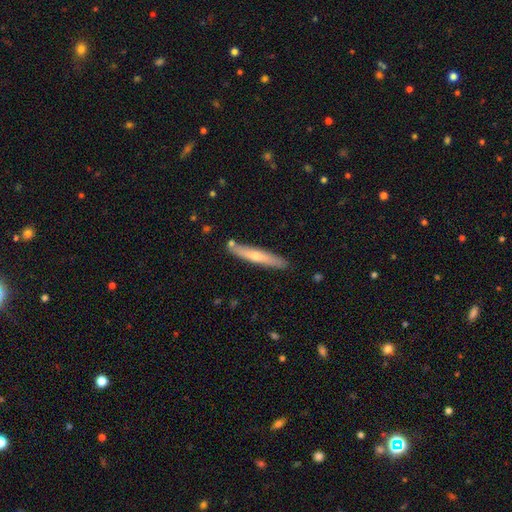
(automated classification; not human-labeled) smooth 49%, featured or disk 45%, star or artifact 6%. Down the decision tree: merging — none (85%).